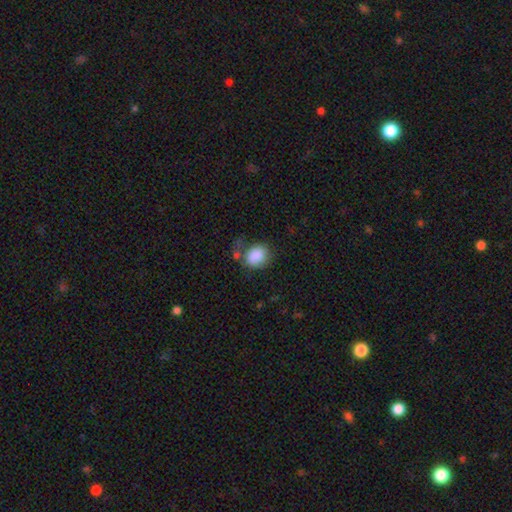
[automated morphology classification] smooth-or-featured: smooth: 87% | star or artifact: 8% | featured or disk: 6%
  how-rounded: round: 51% | in between: 48% | cigar-shaped: 1%
  merging: none: 52% | minor disturbance: 24% | major disturbance: 14% | merger: 10%